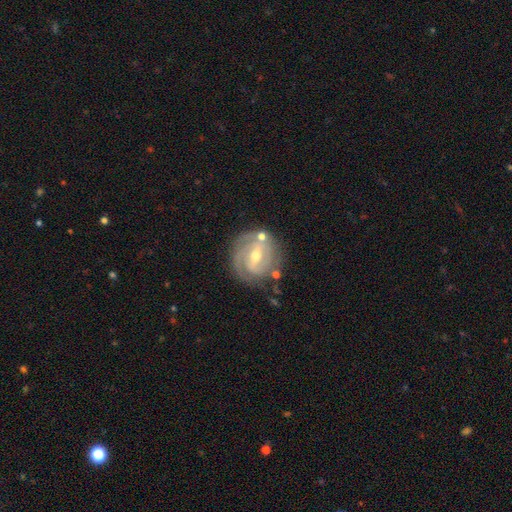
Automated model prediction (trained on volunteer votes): A featured or disk galaxy (85%) with a weak bar (50%), 2 (50%) tight (67%) spiral arms (94%) and a moderate central bulge (58%).

Vote fractions:
- Smooth or featured? featured or disk: 85% / smooth: 10% / star or artifact: 5%
- Edge-on disk? no: 97% / yes: 3%
- Bar? weak: 50% / strong: 30% / no: 20%
- Spiral arms? yes: 94% / no: 6%
- Spiral winding? tight: 67% / medium: 27% / loose: 6%
- Spiral arm count? 2: 50% / 3: 20% / can't tell: 19% / 1: 5% / 4: 4% / more than 4: 3%
- Bulge size? moderate: 58% / small: 38% / large: 2% / none: 1% / dominant: 1%
- Merging? none: 74% / minor disturbance: 15% / merger: 6% / major disturbance: 6%